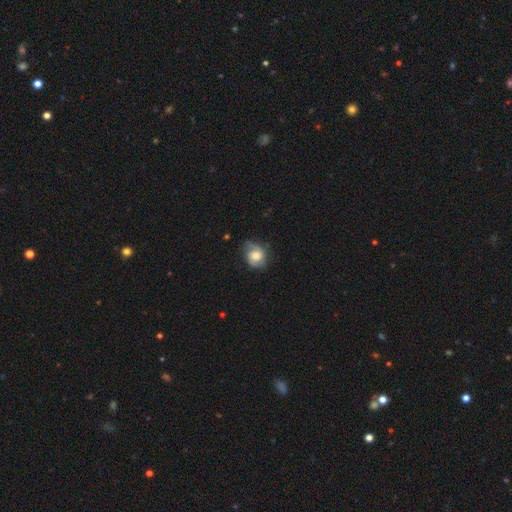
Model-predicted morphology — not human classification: smooth_or_featured: featured or disk (p=0.48) [alt: smooth p=0.44]
merging: none (p=0.61) [alt: minor disturbance p=0.26]